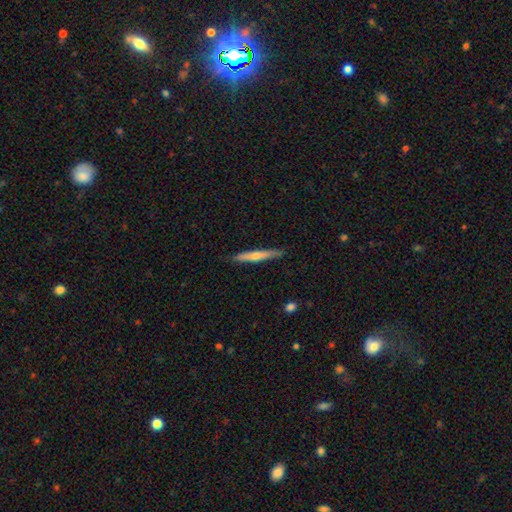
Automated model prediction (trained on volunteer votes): A smooth galaxy with no disk features (49%).

Vote fractions:
- Smooth or featured? smooth: 49% / featured or disk: 46% / star or artifact: 5%
- Merging? none: 87% / minor disturbance: 10% / major disturbance: 2% / merger: 1%